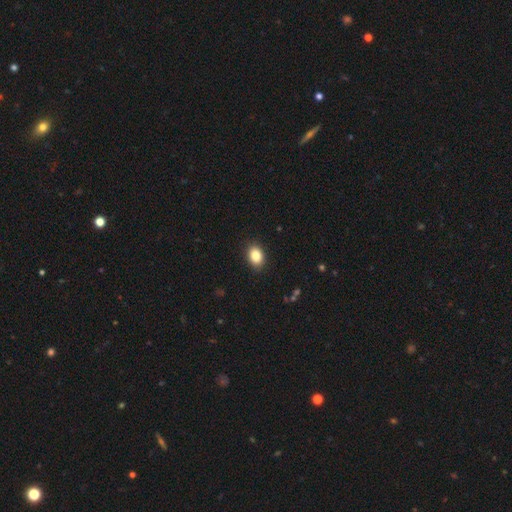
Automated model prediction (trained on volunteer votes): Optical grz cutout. It shows a smooth galaxy with no disk features (85%) that is in between round and cigar-shaped (72%). Merging: none (89%).